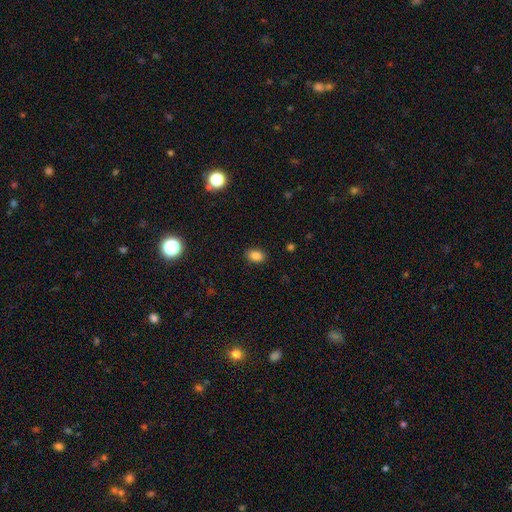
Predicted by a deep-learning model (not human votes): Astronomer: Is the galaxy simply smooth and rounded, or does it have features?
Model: smooth — 85%.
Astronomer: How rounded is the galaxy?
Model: in between — 77%.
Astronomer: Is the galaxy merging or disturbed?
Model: none — 89%.